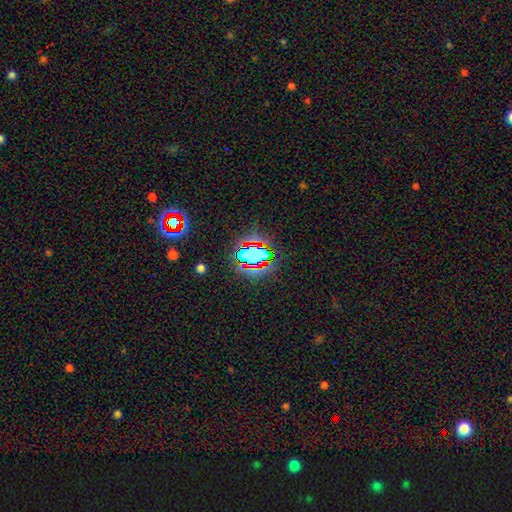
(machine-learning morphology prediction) This appears to be a star or artifact, not a galaxy (65%).